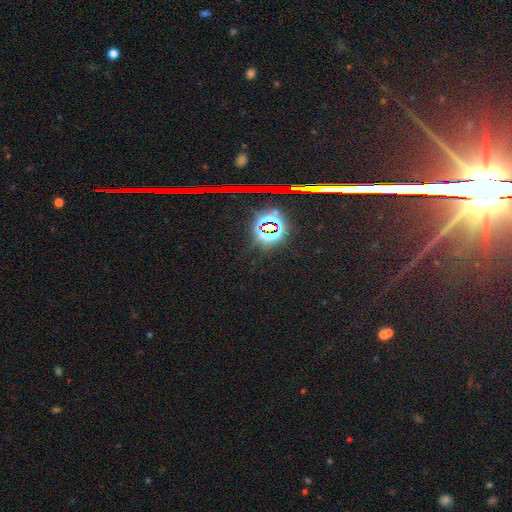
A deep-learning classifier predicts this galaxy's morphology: A star or artifact, not a galaxy (82%).

Vote fractions:
- Smooth or featured? star or artifact: 82% / featured or disk: 9% / smooth: 9%